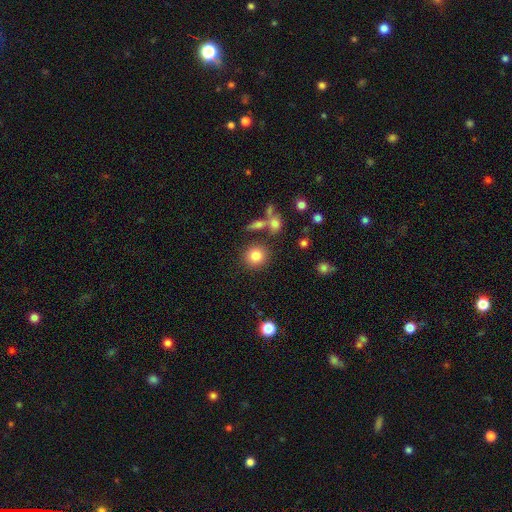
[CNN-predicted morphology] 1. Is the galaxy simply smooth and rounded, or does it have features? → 82% smooth, 10% star or artifact, 7% featured or disk.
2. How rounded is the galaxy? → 88% round, 11% in between, 1% cigar-shaped.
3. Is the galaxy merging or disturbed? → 81% none, 9% minor disturbance, 7% merger, 4% major disturbance.